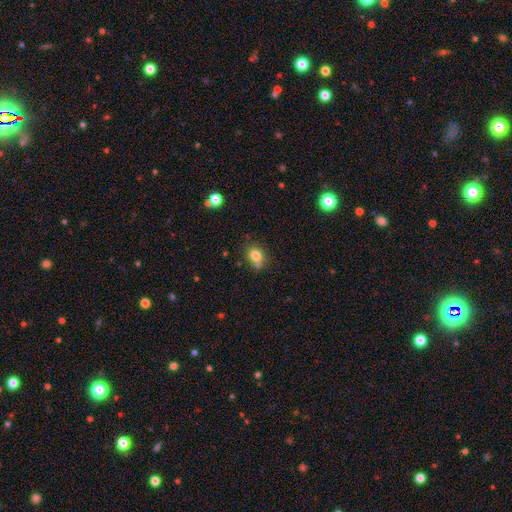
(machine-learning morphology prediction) Q: Smooth or featured?
A: smooth (79%); runner-up: star or artifact (12%)
Q: How rounded?
A: round (59%); runner-up: in between (40%)
Q: Merging?
A: none (64%); runner-up: merger (17%)